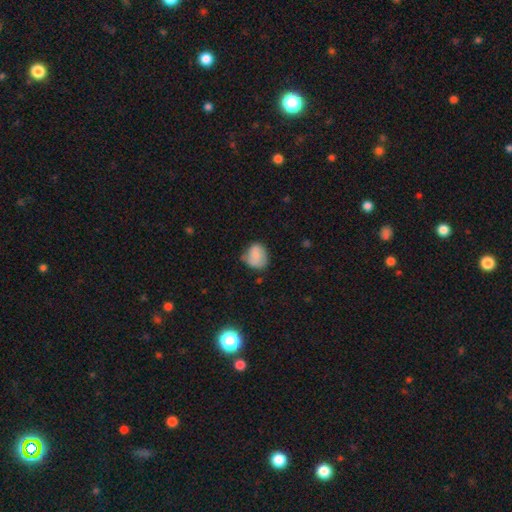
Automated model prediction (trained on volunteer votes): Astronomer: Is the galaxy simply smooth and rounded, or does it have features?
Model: smooth — 78%.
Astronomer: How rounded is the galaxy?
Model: round — 54% (runner-up: in between, 45%).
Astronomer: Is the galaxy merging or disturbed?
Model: none — 49% (runner-up: minor disturbance, 37%).